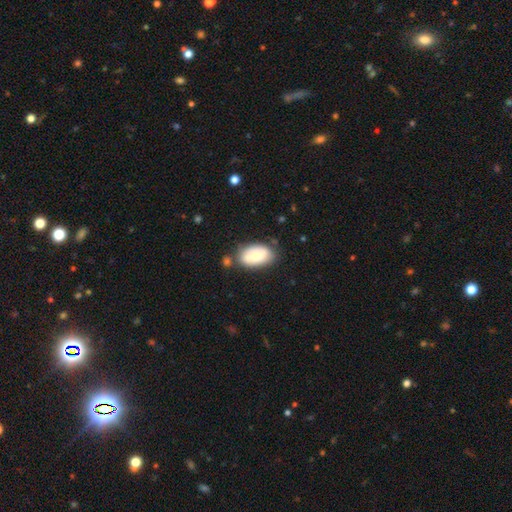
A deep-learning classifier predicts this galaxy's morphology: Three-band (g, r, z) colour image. It shows a smooth galaxy with no disk features (65%) that is in between round and cigar-shaped (94%). Merging: none (69%).